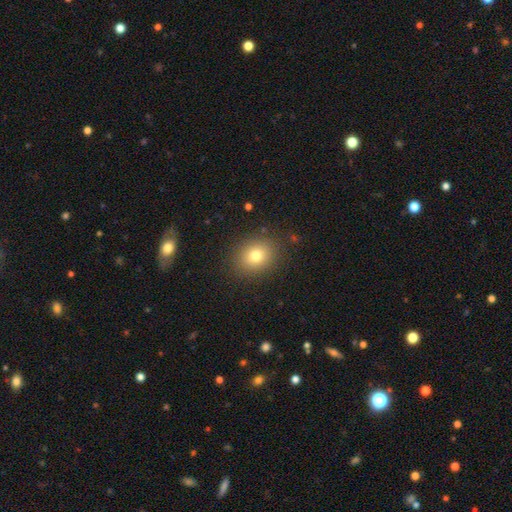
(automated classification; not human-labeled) smooth_or_featured: smooth (p=0.78) [alt: star or artifact p=0.12]
how_rounded: round (p=0.58) [alt: in between p=0.41]
merging: none (p=0.87) [alt: minor disturbance p=0.08]